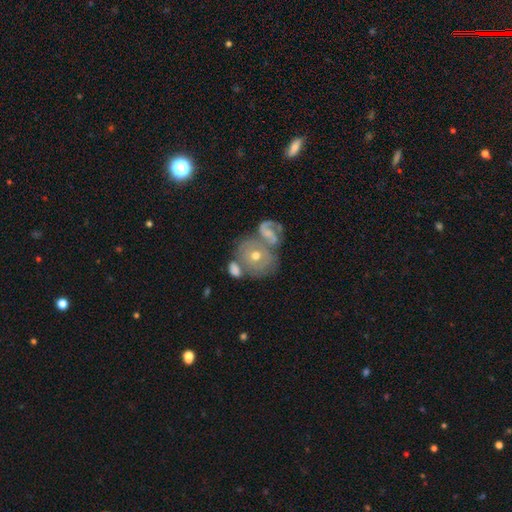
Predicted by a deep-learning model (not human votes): featured or disk 63%, smooth 25%, star or artifact 12%. Down the decision tree: edge-on disk — no (96%); bar — no (70%); spiral arms — yes (75%); bulge size — moderate (48%); merging — none (42%).